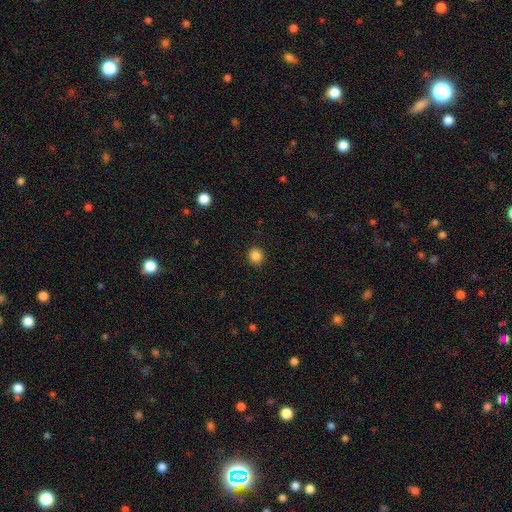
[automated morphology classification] Q: Smooth or featured?
A: smooth (86%); runner-up: star or artifact (11%)
Q: How rounded?
A: round (90%); runner-up: in between (9%)
Q: Merging?
A: none (92%); runner-up: minor disturbance (5%)